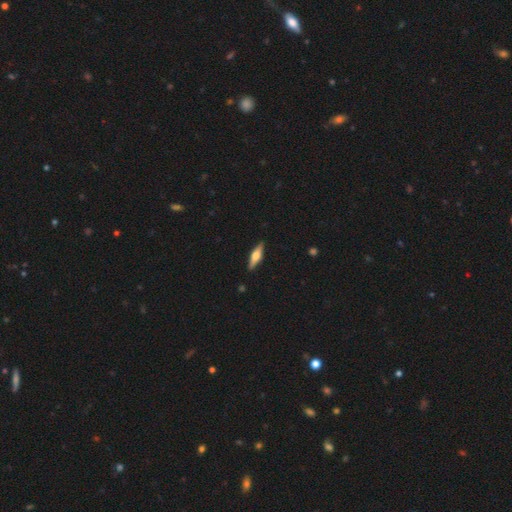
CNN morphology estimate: This is possibly a featured or disk galaxy (56%). It is clearly viewed edge-on (95%). Edge-on bulge: clearly rounded (89%). Merging: clearly none (89%).